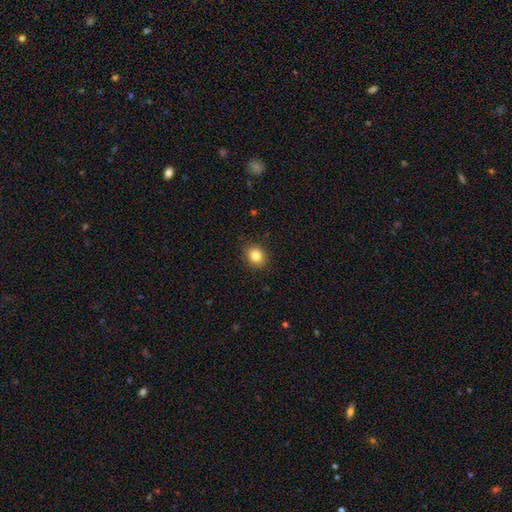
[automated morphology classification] This is clearly a smooth galaxy (84%). How rounded: likely round (68%). Merging: clearly none (89%).